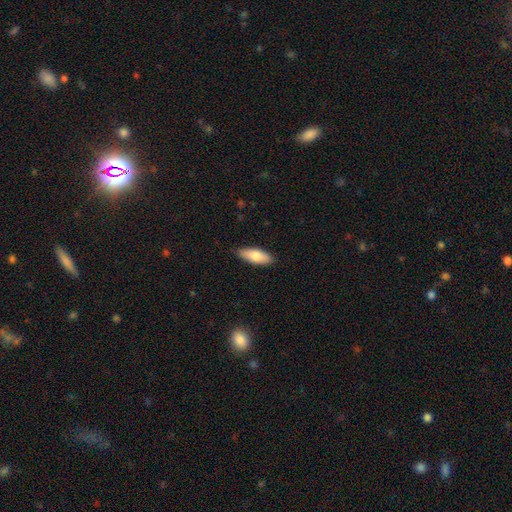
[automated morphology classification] type=smooth (77%); roundness=in between (69%); merging=none (87%).